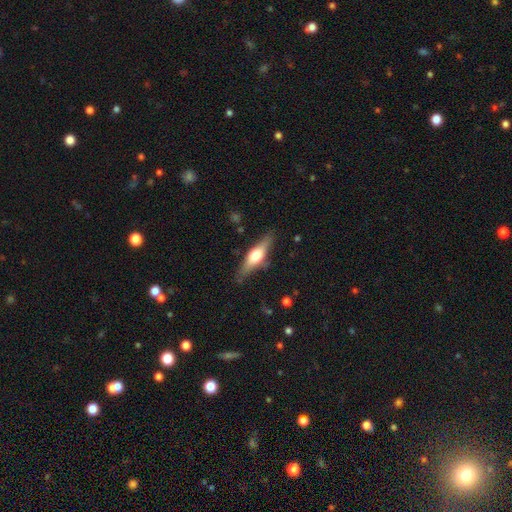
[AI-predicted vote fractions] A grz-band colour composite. It shows a featured or disk galaxy (55%) viewed edge-on (92%) with a rounded central bulge (91%). Merging: none (82%).